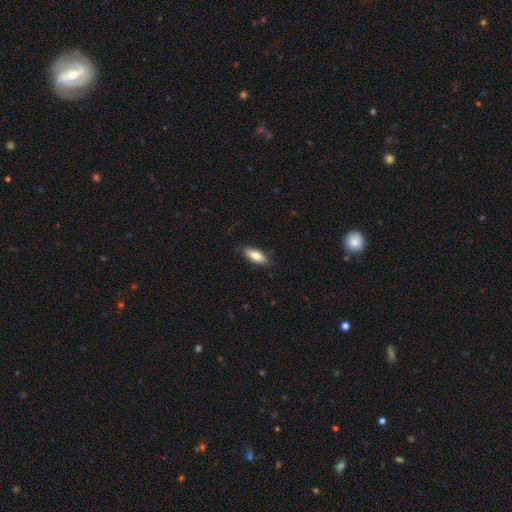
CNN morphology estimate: Q: Smooth or featured?
A: smooth (80%); runner-up: featured or disk (14%)
Q: How rounded?
A: in between (70%); runner-up: cigar-shaped (28%)
Q: Merging?
A: none (86%); runner-up: minor disturbance (11%)